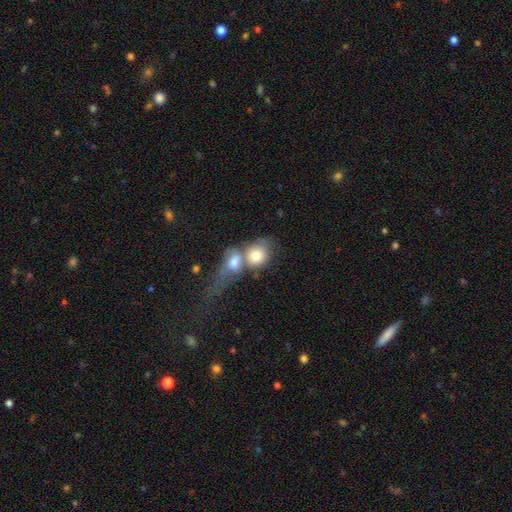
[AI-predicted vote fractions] This is possibly a smooth galaxy (50%). Merging: possibly merger (49%).